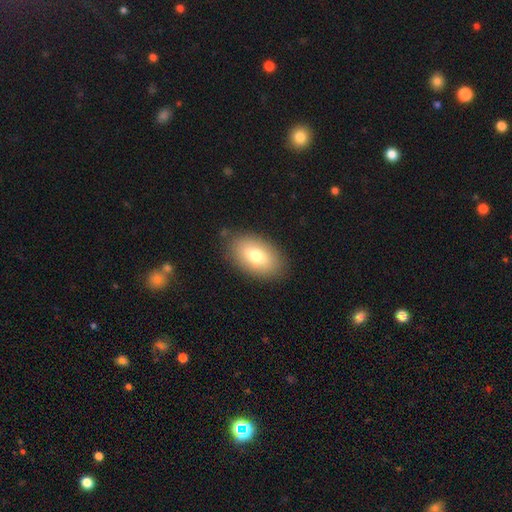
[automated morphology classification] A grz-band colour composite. It shows a smooth galaxy with no disk features (75%) that is in between round and cigar-shaped (92%). Merging: none (84%).